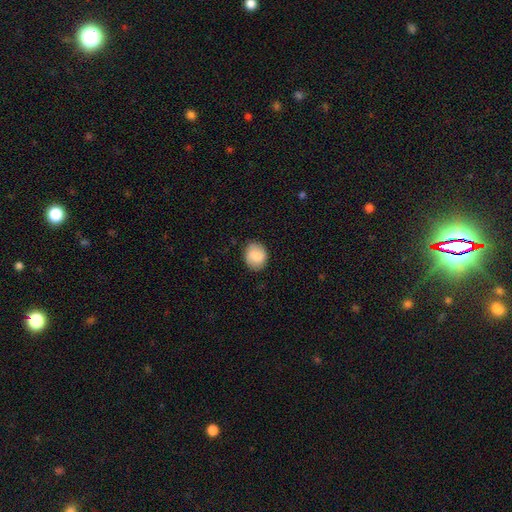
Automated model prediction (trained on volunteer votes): Smooth or featured? smooth (83%)
How rounded? round (62%)
Merging? none (84%)